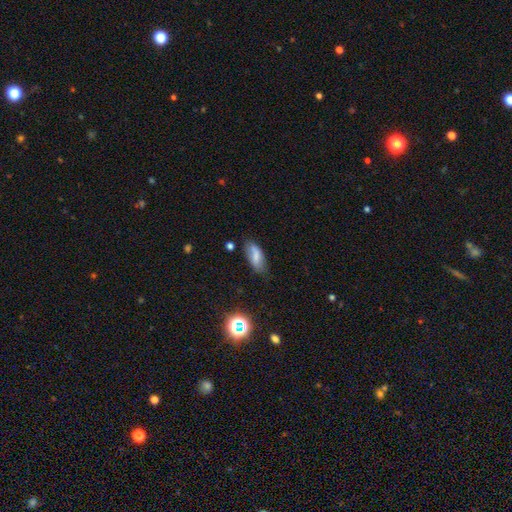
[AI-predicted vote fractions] A smooth galaxy with no disk features (69%) that is in between round and cigar-shaped (82%).

Vote fractions:
- Smooth or featured? smooth: 69% / featured or disk: 21% / star or artifact: 10%
- How rounded? in between: 82% / cigar-shaped: 15% / round: 3%
- Merging? none: 70% / minor disturbance: 23% / major disturbance: 5% / merger: 2%